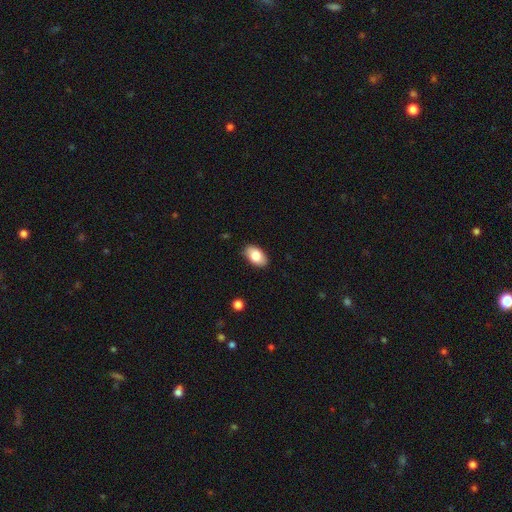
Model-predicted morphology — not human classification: This appears to be a smooth galaxy with no disk features (82%) that is in between round and cigar-shaped (93%). Merging: none (87%).